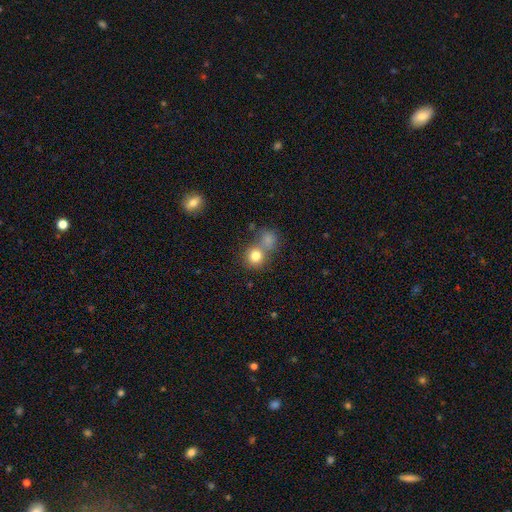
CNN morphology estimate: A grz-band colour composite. It shows a smooth galaxy with no disk features (80%) that is round (86%). Merging: none (53%).